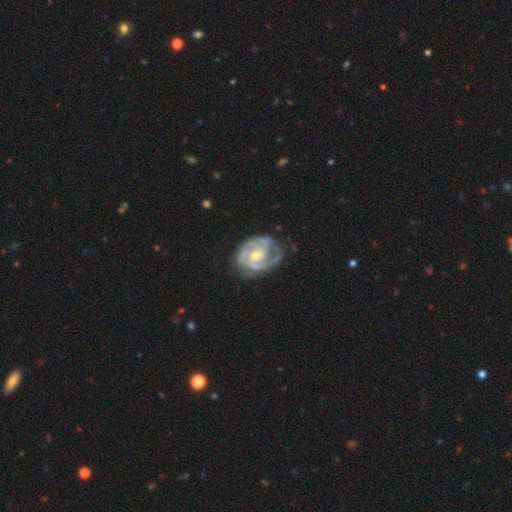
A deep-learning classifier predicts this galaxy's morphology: Smooth or featured?
  - featured or disk: 90% *
  - smooth: 6%
  - star or artifact: 4%
Edge-on disk?
  - no: 98% *
  - yes: 2%
Bar?
  - no: 50% *
  - weak: 38%
  - strong: 12%
Spiral arms?
  - yes: 96% *
  - no: 4%
Spiral winding?
  - tight: 55% *
  - medium: 38%
  - loose: 8%
Spiral arm count?
  - 2: 59% *
  - 3: 19%
  - can't tell: 12%
  - 1: 4%
  - 4: 3%
  - more than 4: 3%
Bulge size?
  - moderate: 52% *
  - small: 44%
  - large: 2%
  - none: 1%
  - dominant: 1%
Merging?
  - none: 60% *
  - minor disturbance: 25%
  - major disturbance: 13%
  - merger: 2%